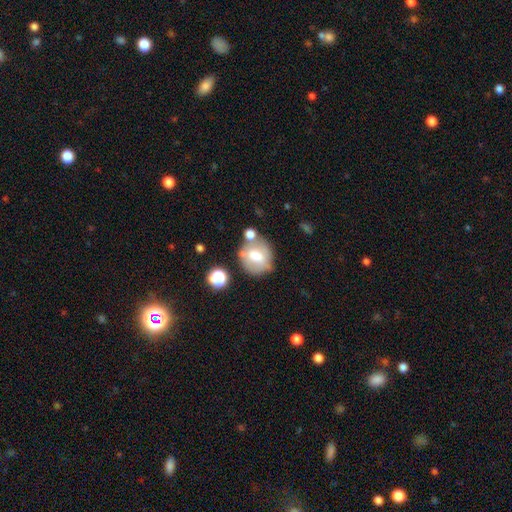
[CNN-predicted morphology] smooth-or-featured: smooth: 56% | featured or disk: 33% | star or artifact: 10%
  how-rounded: round: 73% | in between: 26% | cigar-shaped: 1%
  merging: none: 56% | minor disturbance: 20% | merger: 16% | major disturbance: 9%